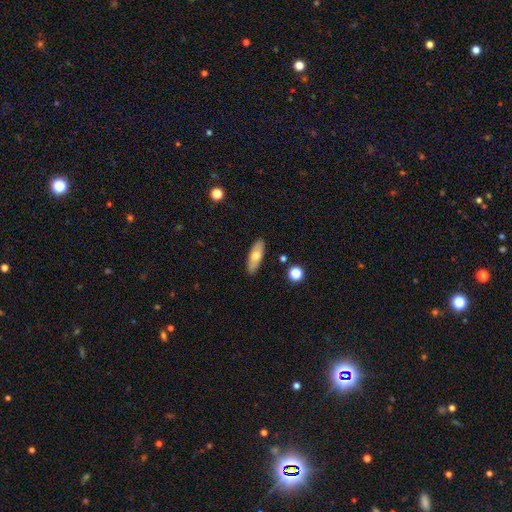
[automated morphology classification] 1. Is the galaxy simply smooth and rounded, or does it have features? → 65% smooth, 29% featured or disk, 6% star or artifact.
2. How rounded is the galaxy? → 62% in between, 35% cigar-shaped, 3% round.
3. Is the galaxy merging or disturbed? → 88% none, 8% minor disturbance, 2% major disturbance, 2% merger.